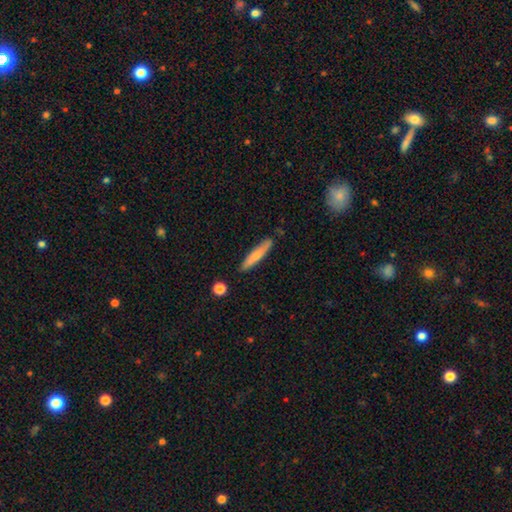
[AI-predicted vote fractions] smooth 72%, featured or disk 22%, star or artifact 6%. Down the decision tree: how rounded — cigar-shaped (91%); merging — none (84%).